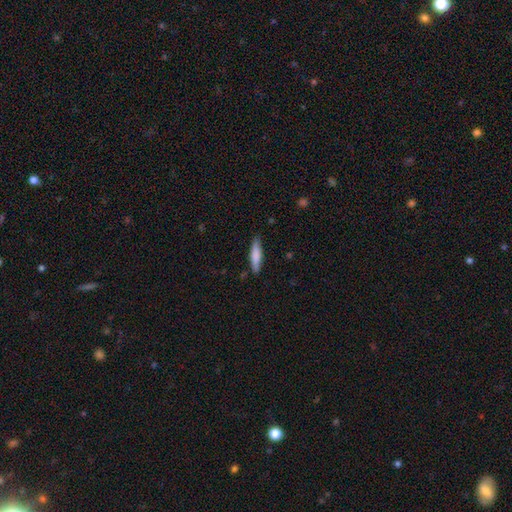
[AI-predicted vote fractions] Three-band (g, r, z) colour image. It shows a smooth galaxy with no disk features (75%) that is cigar-shaped (81%). Merging: none (83%).